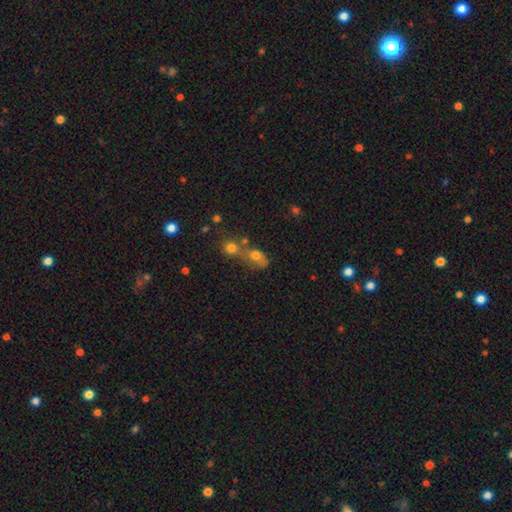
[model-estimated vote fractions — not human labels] Overall: smooth (71%). How rounded: in between (59%; round 38%). Merging: merger (57%; none 23%).